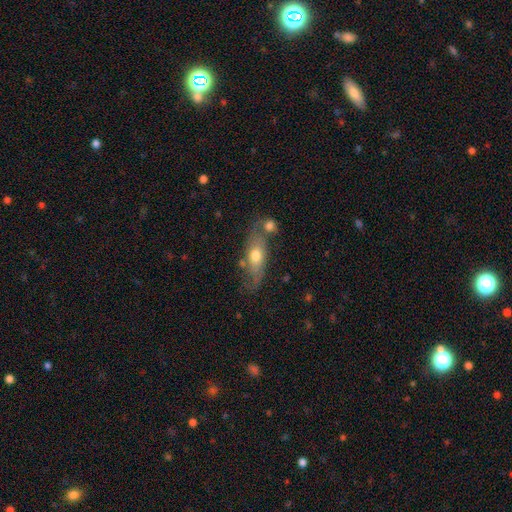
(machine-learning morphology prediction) Smooth or featured? smooth (50%)
How rounded? in between (68%)
Merging? none (52%)